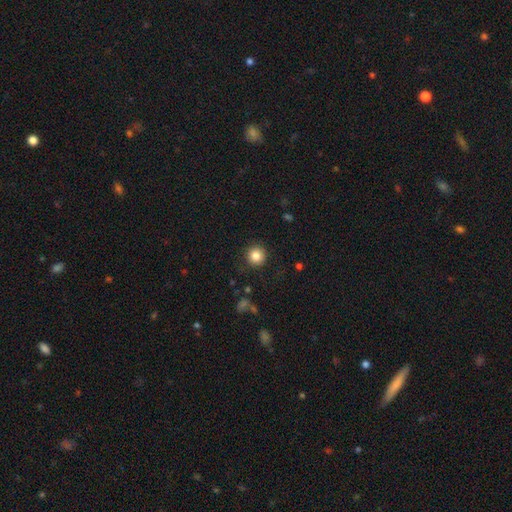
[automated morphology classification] smooth-or-featured: smooth: 84% | star or artifact: 10% | featured or disk: 5%
  how-rounded: round: 95% | in between: 5% | cigar-shaped: 1%
  merging: none: 89% | minor disturbance: 7% | major disturbance: 3% | merger: 1%